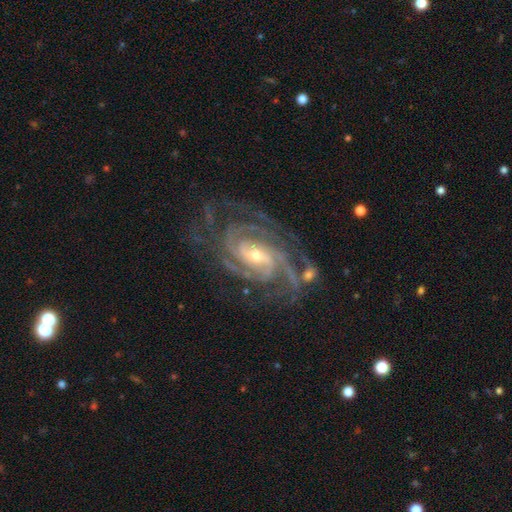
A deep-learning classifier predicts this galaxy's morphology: Q: Smooth or featured?
A: featured or disk (92%); runner-up: star or artifact (5%)
Q: Edge-on disk?
A: no (97%); runner-up: yes (3%)
Q: Bar?
A: no (40%); runner-up: weak (38%)
Q: Spiral arms?
A: yes (98%); runner-up: no (2%)
Q: Spiral winding?
A: tight (63%); runner-up: medium (32%)
Q: Spiral arm count?
A: 3 (28%); runner-up: 4 (27%)
Q: Bulge size?
A: small (52%); runner-up: moderate (44%)
Q: Merging?
A: none (64%); runner-up: minor disturbance (19%)